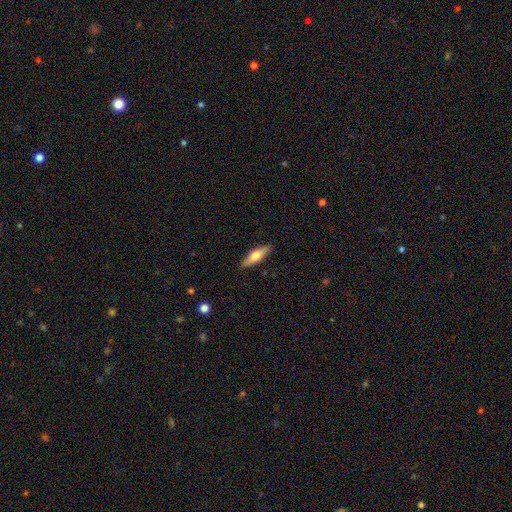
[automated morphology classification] Smooth or featured: smooth — 59% (featured or disk — 35%)
How rounded: cigar-shaped — 62% (in between — 36%)
Merging: none — 89% (minor disturbance — 8%)